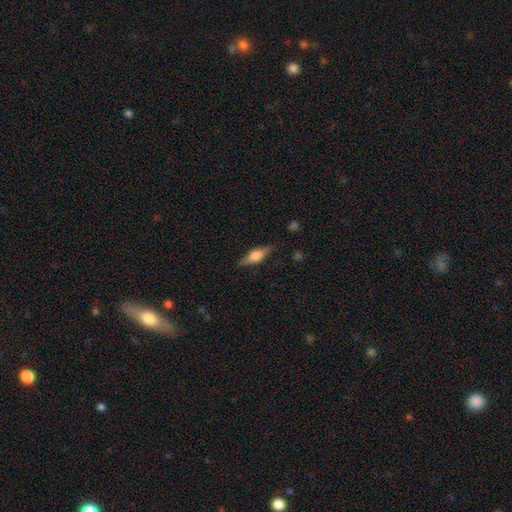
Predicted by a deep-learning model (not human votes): featured or disk 65%, smooth 28%, star or artifact 7%. Down the decision tree: edge-on disk — yes (96%); edge-on bulge — rounded (87%); merging — none (85%).